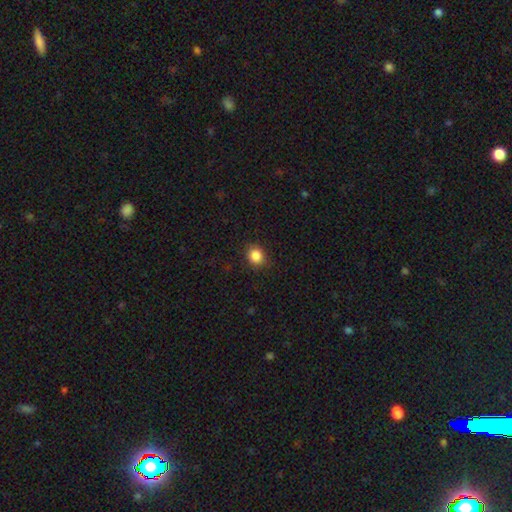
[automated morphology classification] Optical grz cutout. It shows a smooth galaxy with no disk features (86%) that is round (76%). Merging: none (87%).